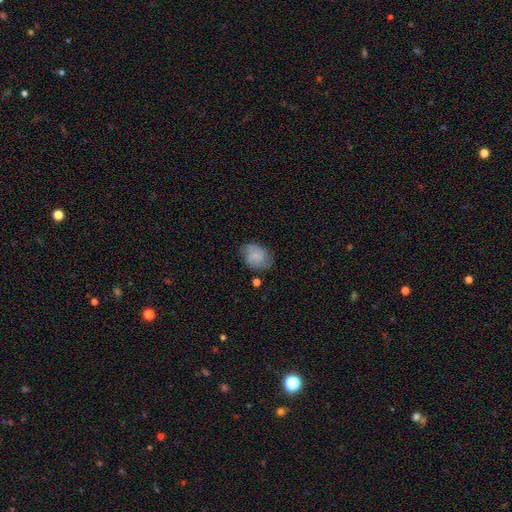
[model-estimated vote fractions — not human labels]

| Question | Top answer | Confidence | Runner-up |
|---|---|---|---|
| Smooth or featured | smooth | 70% | featured or disk (22%) |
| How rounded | in between | 66% | round (33%) |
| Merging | none | 64% | minor disturbance (26%) |